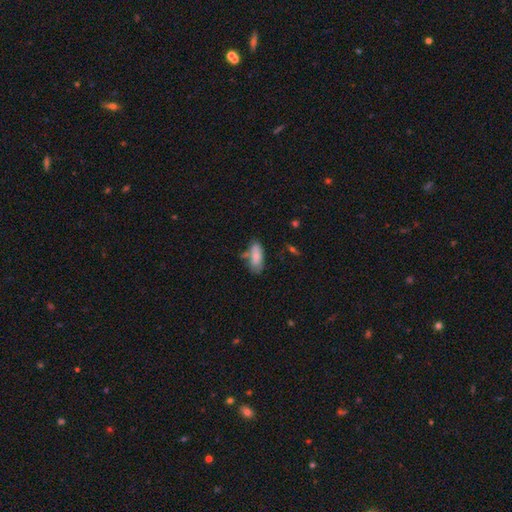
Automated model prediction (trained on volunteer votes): This is clearly a smooth galaxy (82%). How rounded: clearly in between (82%). Merging: possibly none (53%).